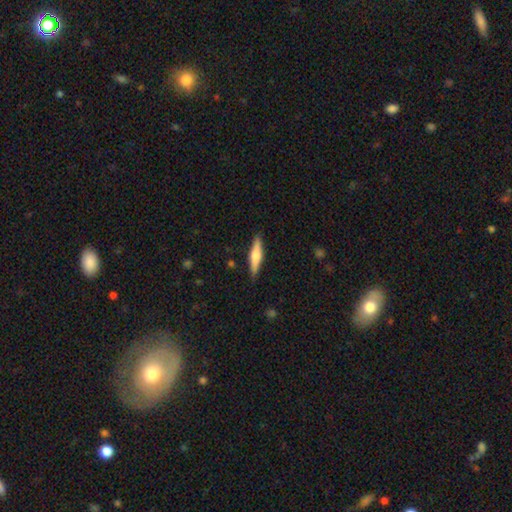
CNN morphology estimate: A smooth galaxy with no disk features (48%). Merging: none (88%).